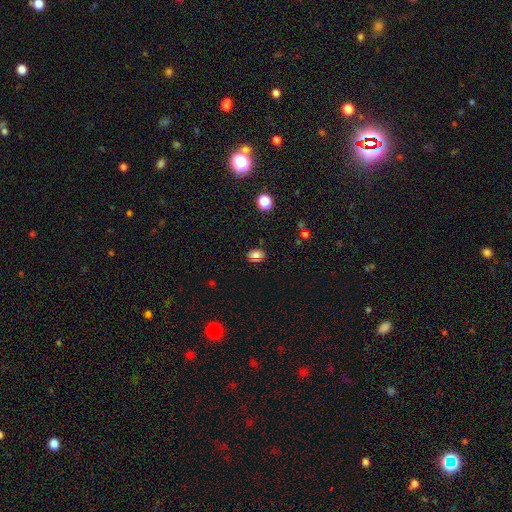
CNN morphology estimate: This is likely a smooth galaxy (66%). How rounded: likely in between (69%). Merging: clearly none (84%).